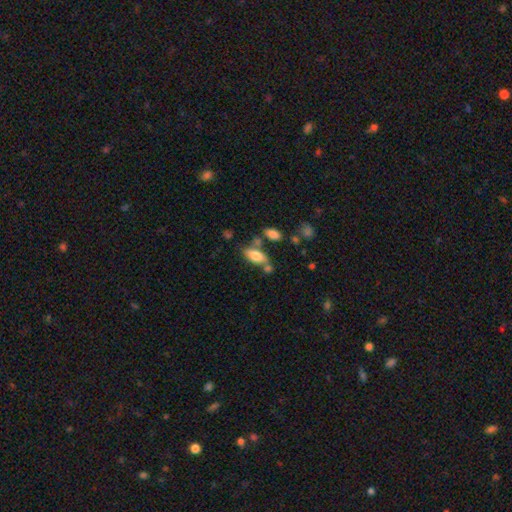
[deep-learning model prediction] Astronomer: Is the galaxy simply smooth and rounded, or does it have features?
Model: smooth — 77%.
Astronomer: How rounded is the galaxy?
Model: in between — 83%.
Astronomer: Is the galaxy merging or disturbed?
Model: none — 58%.